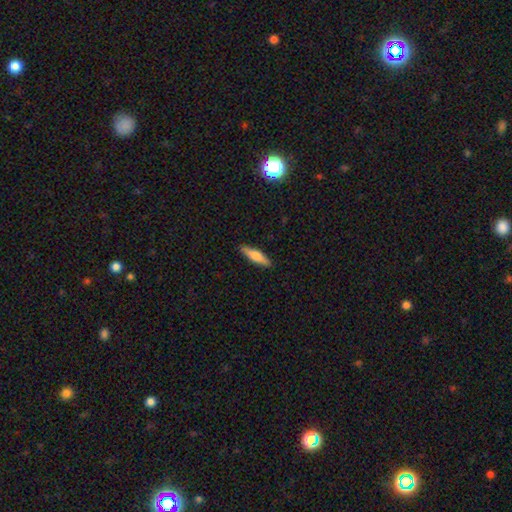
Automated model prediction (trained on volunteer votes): Smooth or featured: smooth — 64% (featured or disk — 30%)
How rounded: cigar-shaped — 69% (in between — 29%)
Merging: none — 89% (minor disturbance — 8%)